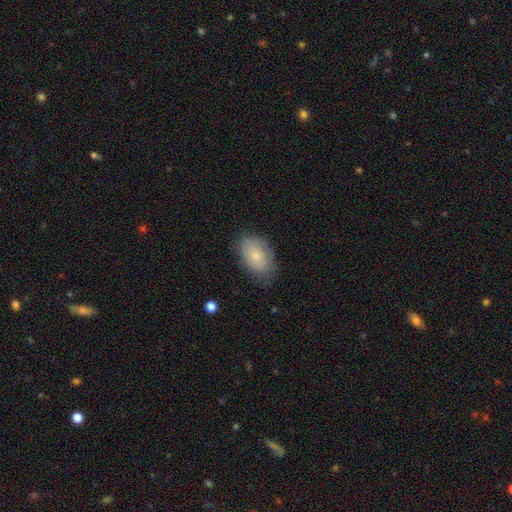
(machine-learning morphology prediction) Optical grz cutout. It shows a smooth galaxy with no disk features (73%) that is in between round and cigar-shaped (90%). Merging: none (72%).